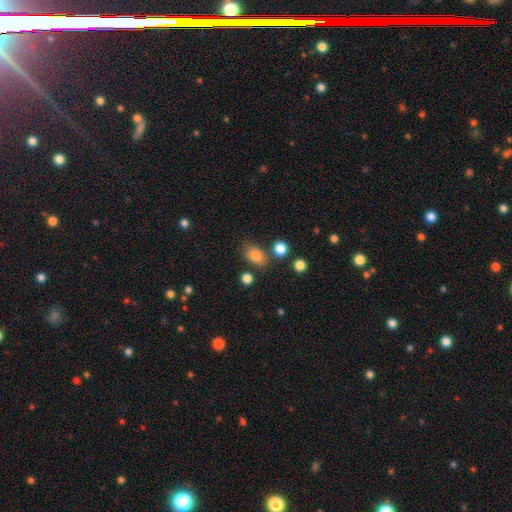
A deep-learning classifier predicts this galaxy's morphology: A smooth galaxy with no disk features (82%) that is in between round and cigar-shaped (76%).

Vote fractions:
- Smooth or featured? smooth: 82% / star or artifact: 11% / featured or disk: 7%
- How rounded? in between: 76% / round: 23% / cigar-shaped: 2%
- Merging? none: 73% / minor disturbance: 14% / merger: 9% / major disturbance: 5%